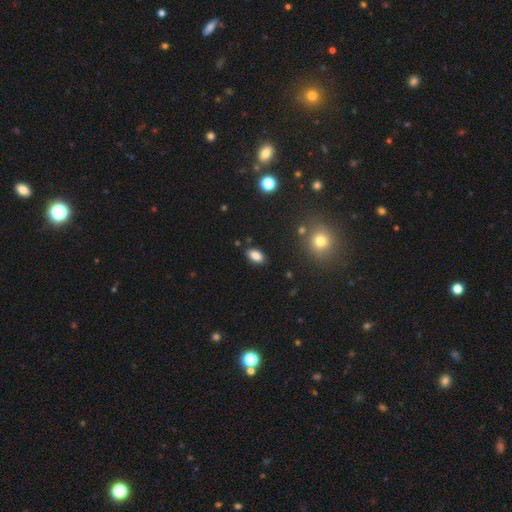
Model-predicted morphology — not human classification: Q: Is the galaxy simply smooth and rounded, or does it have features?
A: smooth — 85%.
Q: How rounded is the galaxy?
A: in between — 91%.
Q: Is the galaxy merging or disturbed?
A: none — 87%.